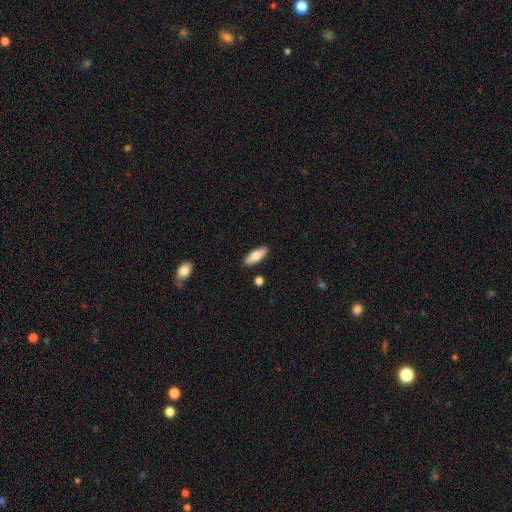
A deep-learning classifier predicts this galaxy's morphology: type=smooth (76%); roundness=in between (71%); merging=none (88%).